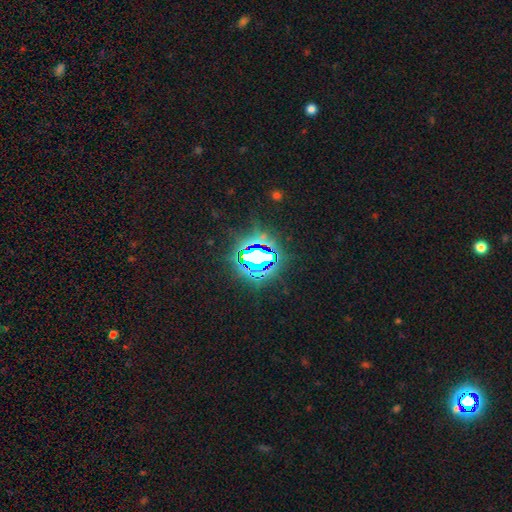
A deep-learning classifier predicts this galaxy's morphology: Smooth or featured? Predicted: star or artifact (p=0.77).